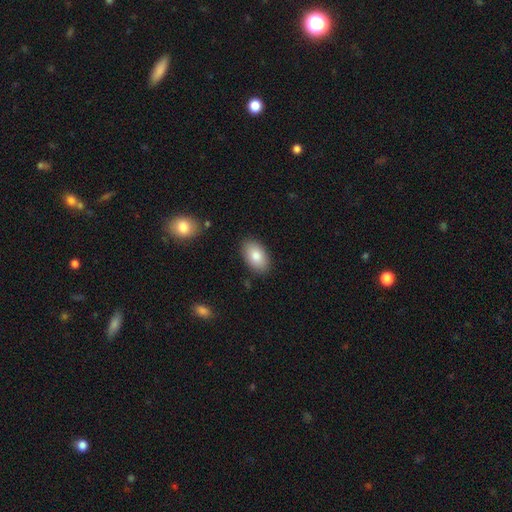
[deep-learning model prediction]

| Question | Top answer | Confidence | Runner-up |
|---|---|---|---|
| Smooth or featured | smooth | 83% | featured or disk (11%) |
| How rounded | in between | 92% | round (7%) |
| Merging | none | 87% | minor disturbance (10%) |